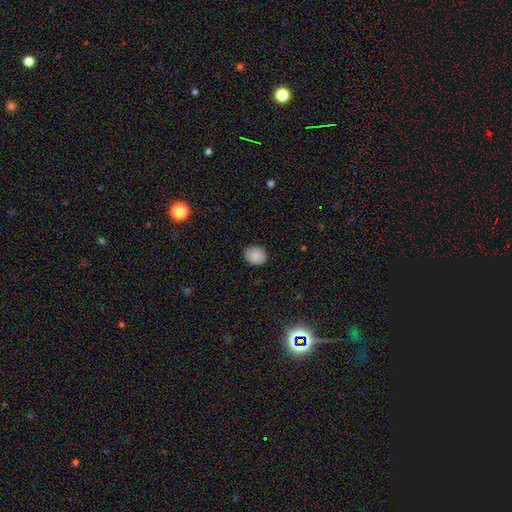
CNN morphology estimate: smooth-or-featured: smooth: 87% | star or artifact: 8% | featured or disk: 4%
  how-rounded: round: 54% | in between: 45% | cigar-shaped: 1%
  merging: none: 88% | minor disturbance: 9% | major disturbance: 2% | merger: 1%